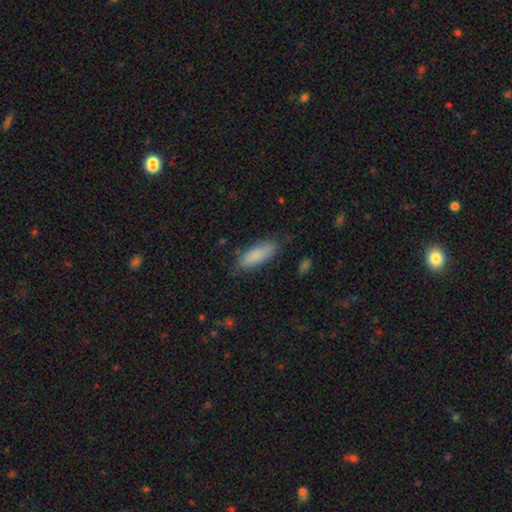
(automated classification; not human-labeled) Smooth or featured: smooth — 86% (featured or disk — 7%)
How rounded: in between — 54% (cigar-shaped — 44%)
Merging: none — 82% (minor disturbance — 13%)